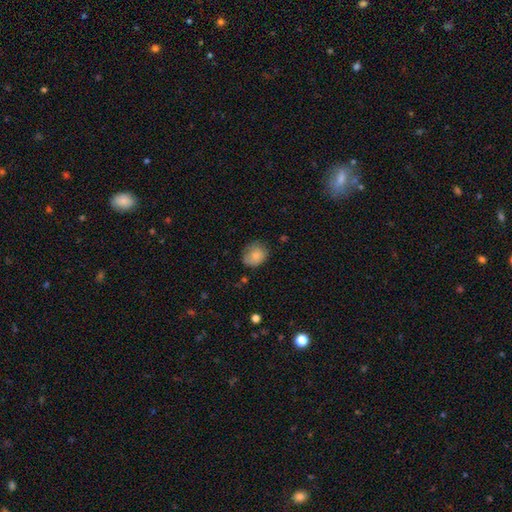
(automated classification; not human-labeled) Overall: smooth (80%). How rounded: round (56%; in between 43%). Merging: none (66%).